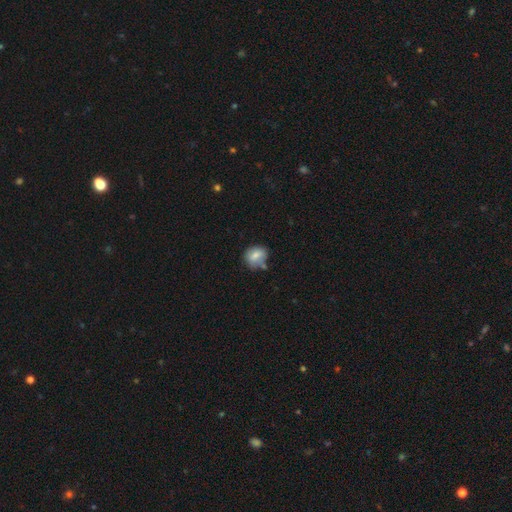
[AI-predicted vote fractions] Morphology: type=smooth (75%); roundness=round (64%); merging=none (58%).